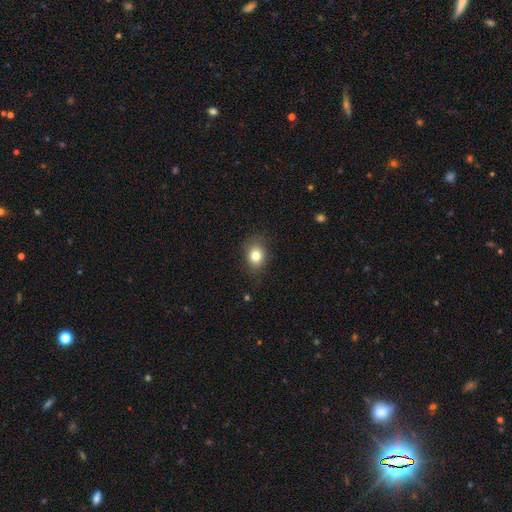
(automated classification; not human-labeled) Morphology: type=smooth (80%); roundness=round (50%); merging=none (80%).